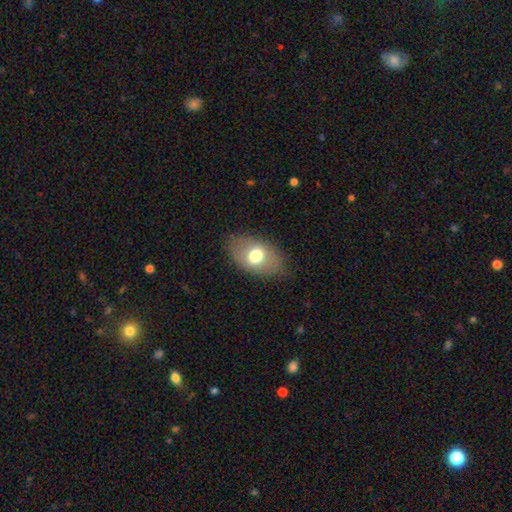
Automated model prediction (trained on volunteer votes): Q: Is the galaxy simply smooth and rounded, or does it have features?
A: smooth — 67%.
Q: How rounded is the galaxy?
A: in between — 87%.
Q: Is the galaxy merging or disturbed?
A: none — 79%.